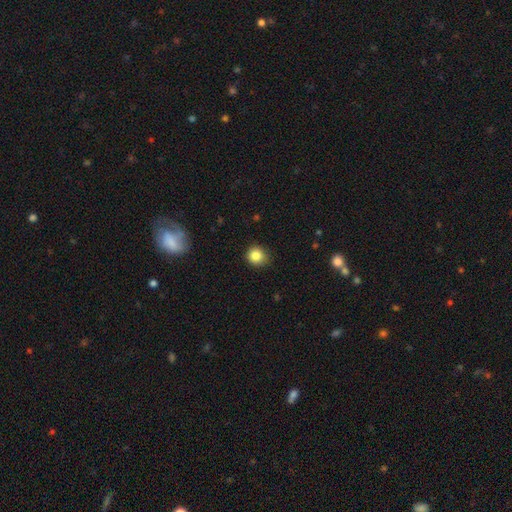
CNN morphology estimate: Smooth or featured? Predicted: smooth (p=0.85). How rounded? Predicted: round (p=0.86). Merging? Predicted: none (p=0.82).